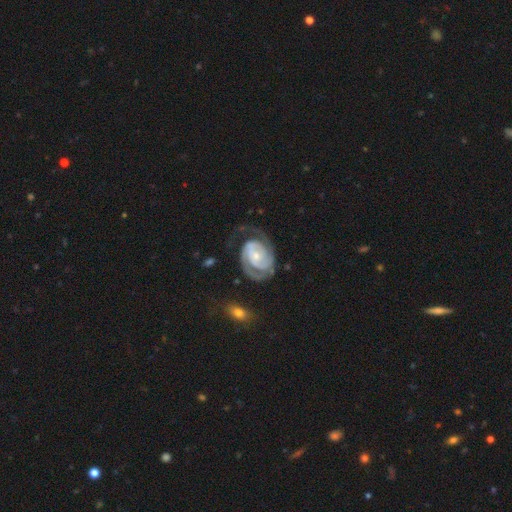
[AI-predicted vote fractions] Smooth or featured?
  - featured or disk: 89% *
  - smooth: 7%
  - star or artifact: 4%
Edge-on disk?
  - no: 98% *
  - yes: 2%
Bar?
  - no: 60% *
  - weak: 30%
  - strong: 10%
Spiral arms?
  - yes: 97% *
  - no: 3%
Spiral winding?
  - tight: 62% *
  - medium: 30%
  - loose: 8%
Spiral arm count?
  - 2: 68% *
  - 1: 10%
  - can't tell: 10%
  - 3: 7%
  - 4: 2%
  - more than 4: 2%
Bulge size?
  - small: 66% *
  - moderate: 27%
  - none: 3%
  - large: 2%
  - dominant: 1%
Merging?
  - none: 54% *
  - major disturbance: 24%
  - minor disturbance: 19%
  - merger: 3%